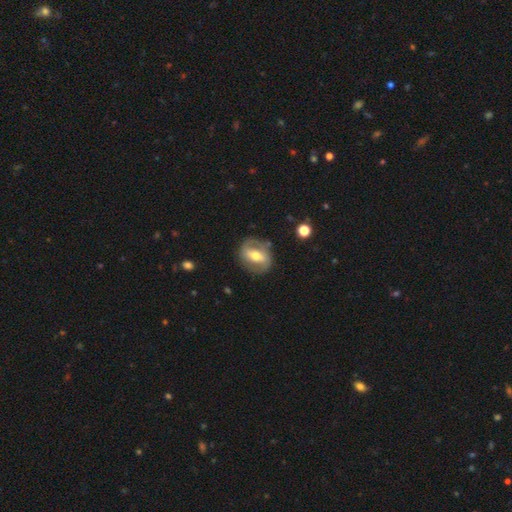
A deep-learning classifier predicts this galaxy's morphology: Smooth or featured: featured or disk — 69% (smooth — 26%)
Edge-on disk: no — 94% (yes — 6%)
Bar: strong — 47% (weak — 33%)
Spiral arms: yes — 68% (no — 32%)
Bulge size: moderate — 69% (small — 21%)
Merging: none — 77% (minor disturbance — 14%)